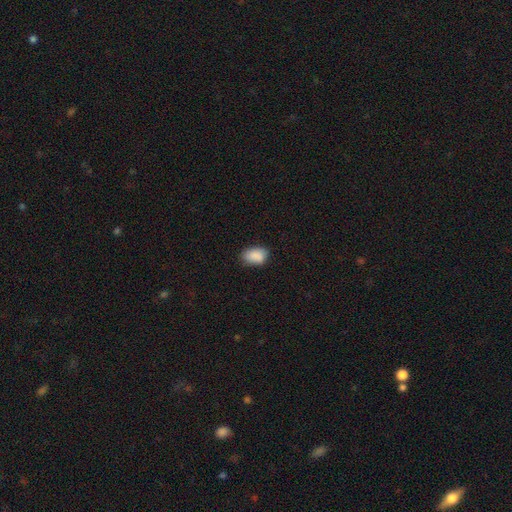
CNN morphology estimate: Smooth or featured?
  - smooth: 88% *
  - star or artifact: 8%
  - featured or disk: 4%
How rounded?
  - in between: 87% *
  - round: 12%
  - cigar-shaped: 1%
Merging?
  - none: 73% *
  - minor disturbance: 22%
  - major disturbance: 4%
  - merger: 1%